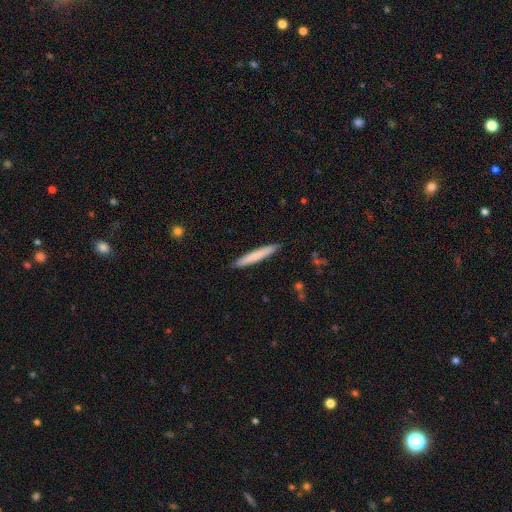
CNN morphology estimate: This appears to be a smooth galaxy with no disk features (74%) that is cigar-shaped (96%). Merging: none (91%).